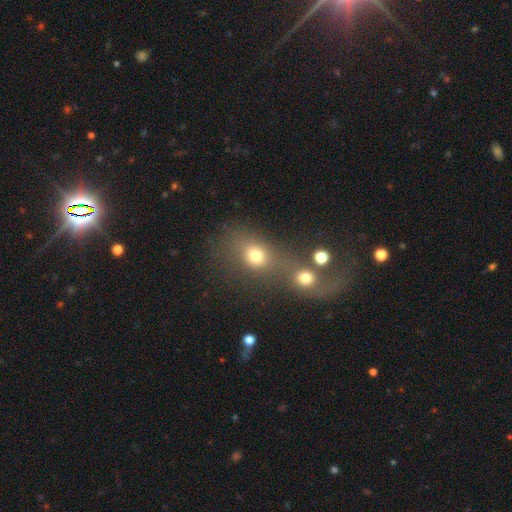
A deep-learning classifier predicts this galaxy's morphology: Q: Smooth or featured?
A: smooth (73%); runner-up: star or artifact (15%)
Q: How rounded?
A: round (56%); runner-up: in between (42%)
Q: Merging?
A: merger (49%); runner-up: none (35%)